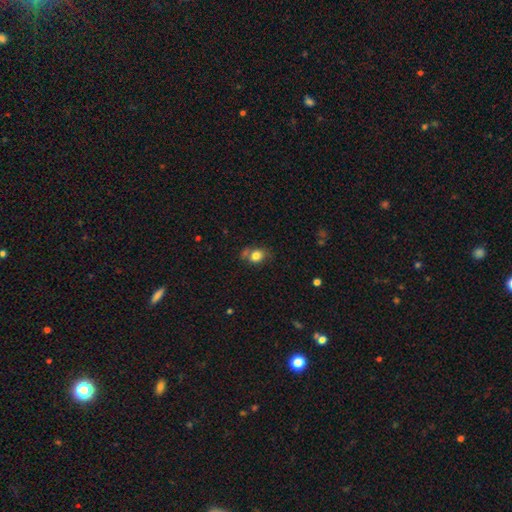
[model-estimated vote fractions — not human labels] A smooth galaxy with no disk features (79%) that is in between round and cigar-shaped (56%). Merging: none (54%).